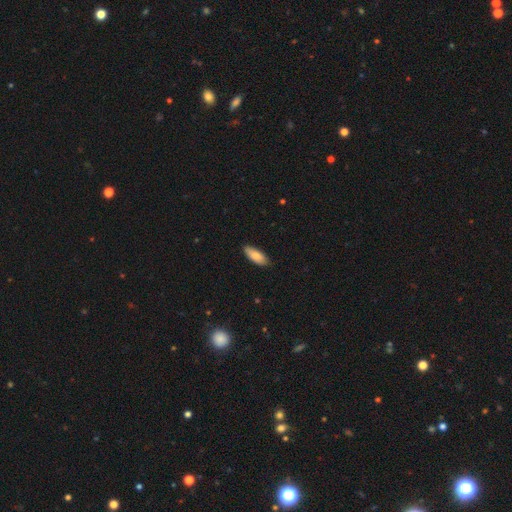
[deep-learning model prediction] Smooth or featured?
  - smooth: 83% *
  - featured or disk: 11%
  - star or artifact: 6%
How rounded?
  - in between: 79% *
  - cigar-shaped: 19%
  - round: 2%
Merging?
  - none: 86% *
  - minor disturbance: 12%
  - major disturbance: 2%
  - merger: 1%